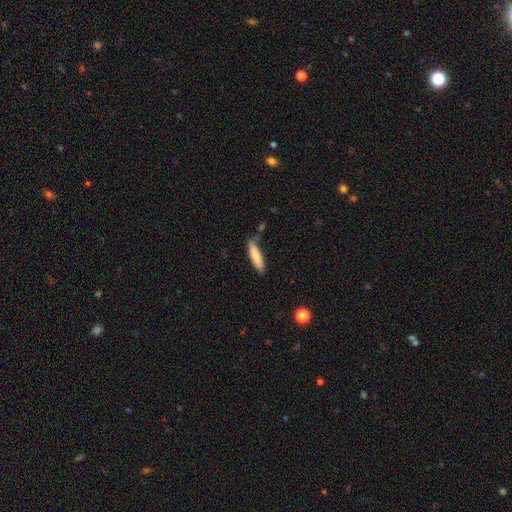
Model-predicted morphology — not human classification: smooth 81%, featured or disk 13%, star or artifact 6%. Down the decision tree: how rounded — cigar-shaped (72%); merging — none (72%).